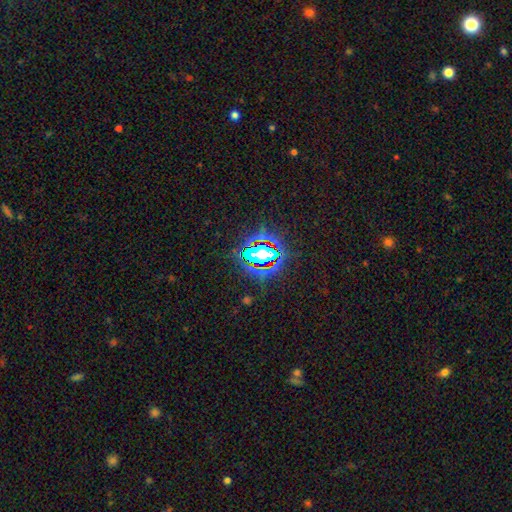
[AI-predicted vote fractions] star or artifact 78%, smooth 13%, featured or disk 9%.